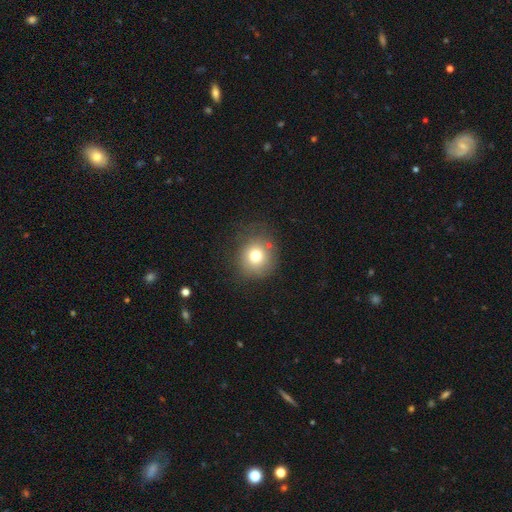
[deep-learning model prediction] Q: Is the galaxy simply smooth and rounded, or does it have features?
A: smooth — 74%.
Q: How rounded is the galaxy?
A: round — 87%.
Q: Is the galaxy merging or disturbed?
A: none — 75%.